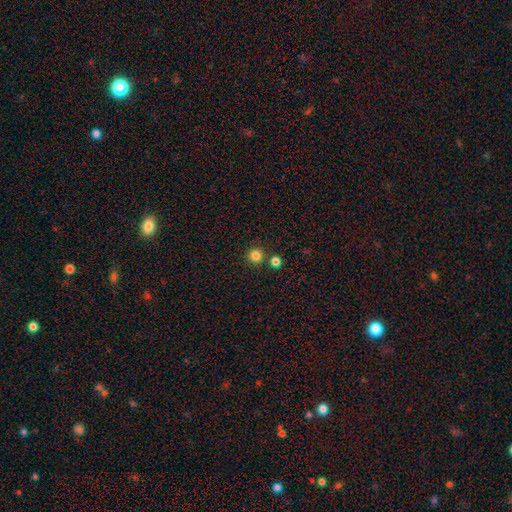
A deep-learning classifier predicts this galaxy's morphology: smooth-or-featured: smooth: 83% | star or artifact: 13% | featured or disk: 4%
  how-rounded: round: 95% | in between: 4% | cigar-shaped: 1%
  merging: none: 84% | merger: 8% | minor disturbance: 6% | major disturbance: 2%